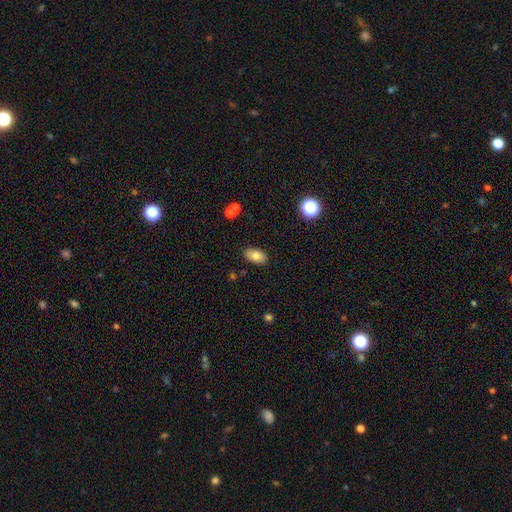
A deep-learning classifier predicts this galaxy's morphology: Smooth or featured? smooth (80%)
How rounded? in between (93%)
Merging? none (86%)